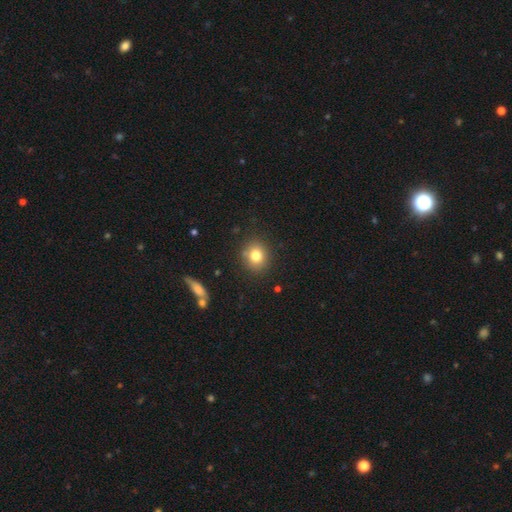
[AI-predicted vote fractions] Morphology: type=smooth (79%); roundness=round (78%); merging=none (85%).